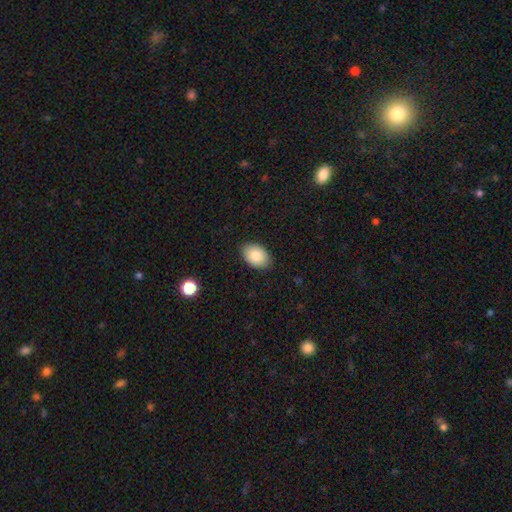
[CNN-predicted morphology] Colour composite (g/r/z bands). It shows a smooth galaxy with no disk features (84%) that is in between round and cigar-shaped (86%). Merging: none (87%).